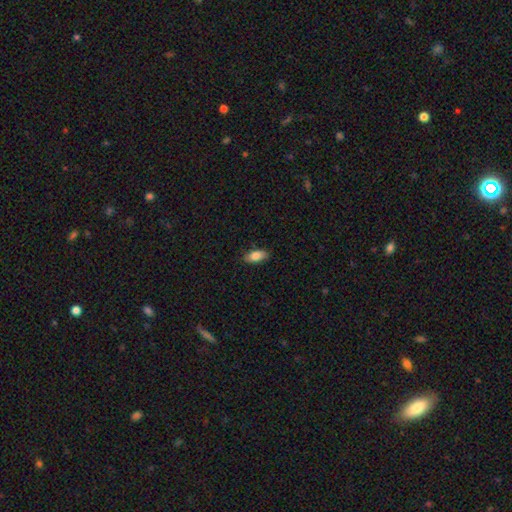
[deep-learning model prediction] A smooth galaxy with no disk features (83%) that is in between round and cigar-shaped (88%). Merging: none (86%).